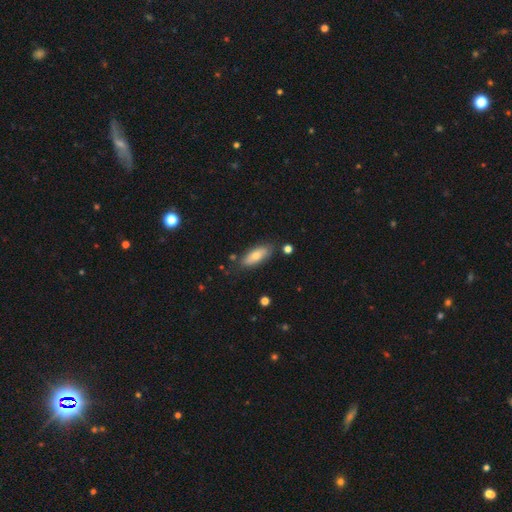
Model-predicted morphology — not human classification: A smooth galaxy with no disk features (71%) that is in between round and cigar-shaped (72%).

Vote fractions:
- Smooth or featured? smooth: 71% / featured or disk: 23% / star or artifact: 6%
- How rounded? in between: 72% / cigar-shaped: 26% / round: 2%
- Merging? none: 80% / minor disturbance: 14% / merger: 3% / major disturbance: 3%